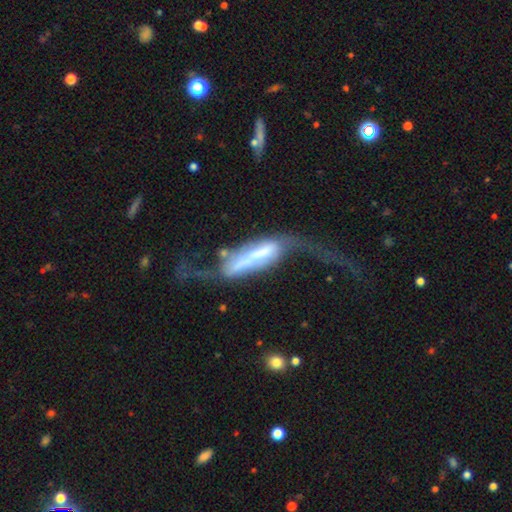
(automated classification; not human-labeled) Smooth or featured: featured or disk — 55% (smooth — 37%)
Edge-on disk: no — 57% (yes — 43%)
Merging: major disturbance — 56% (none — 17%)